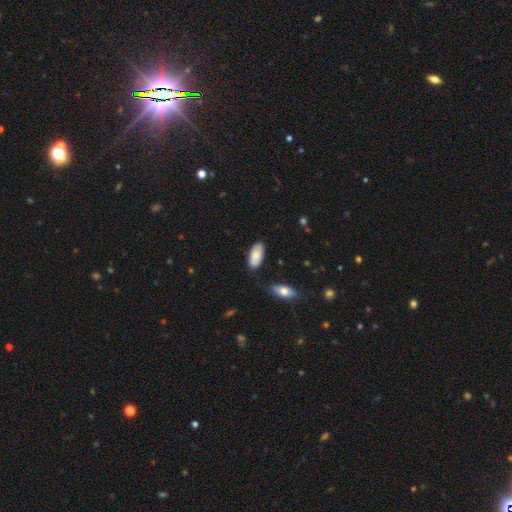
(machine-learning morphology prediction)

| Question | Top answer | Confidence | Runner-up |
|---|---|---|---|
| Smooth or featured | smooth | 80% | featured or disk (14%) |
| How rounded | in between | 91% | cigar-shaped (8%) |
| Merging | none | 81% | minor disturbance (14%) |